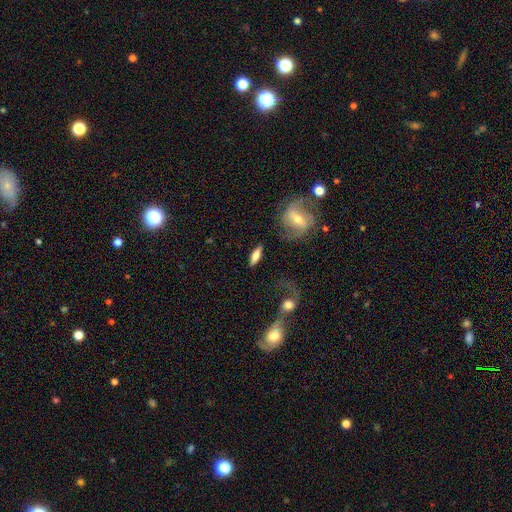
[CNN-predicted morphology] The model was most divided on "how rounded": in between: 50%, cigar-shaped: 45%, round: 5%. More confident: merging — none (77%); smooth or featured — smooth (59%).